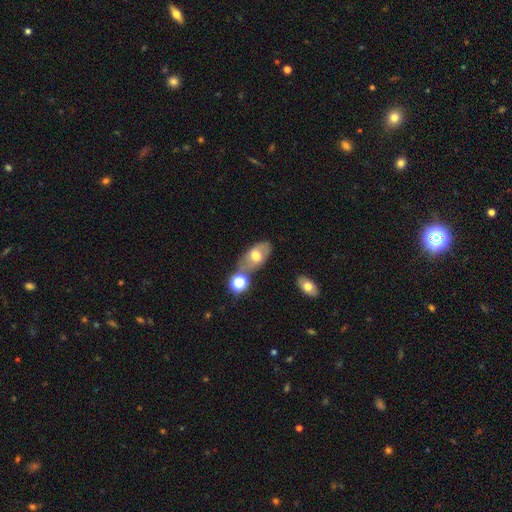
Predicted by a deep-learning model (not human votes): Overall: smooth (56%; featured or disk 34%). How rounded: in between (88%). Merging: none (54%; merger 21%).